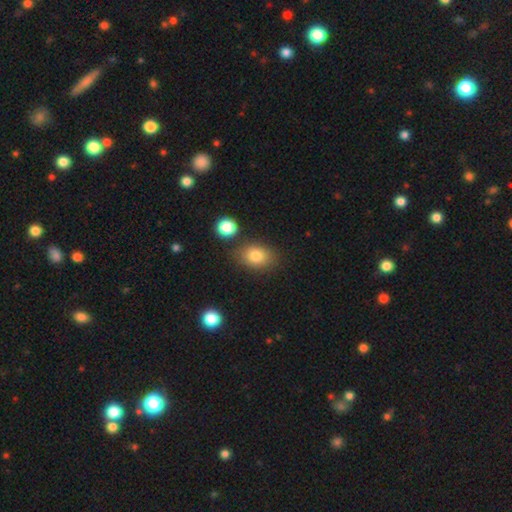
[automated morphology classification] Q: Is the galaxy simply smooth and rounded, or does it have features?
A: smooth — 81%.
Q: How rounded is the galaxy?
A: in between — 70%.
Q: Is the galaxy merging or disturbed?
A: none — 75%.